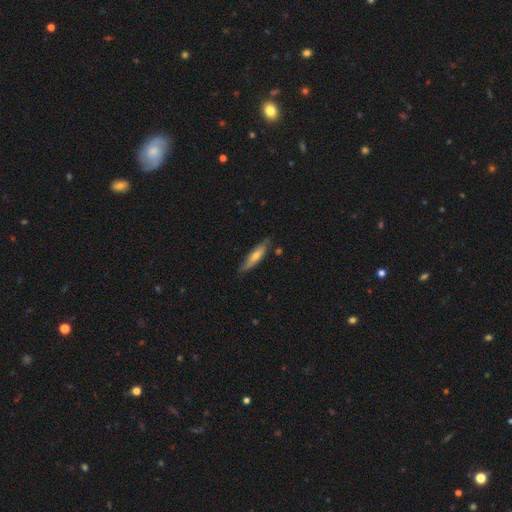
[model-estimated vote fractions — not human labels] Overall: smooth (51%; featured or disk 43%). How rounded: cigar-shaped (75%). Merging: none (76%).